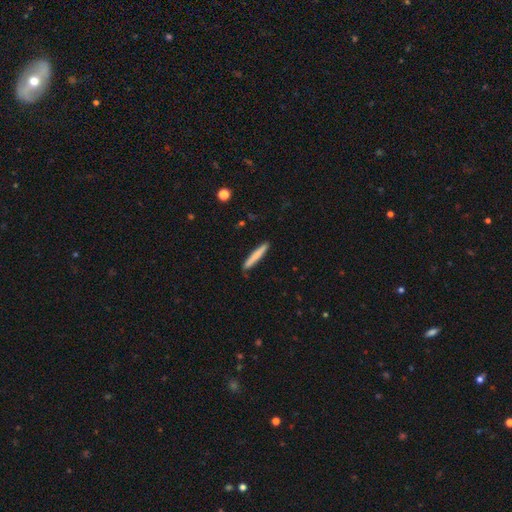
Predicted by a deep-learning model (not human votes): Smooth or featured?
  - smooth: 77% *
  - featured or disk: 17%
  - star or artifact: 5%
How rounded?
  - cigar-shaped: 95% *
  - in between: 3%
  - round: 1%
Merging?
  - none: 90% *
  - minor disturbance: 7%
  - major disturbance: 1%
  - merger: 1%